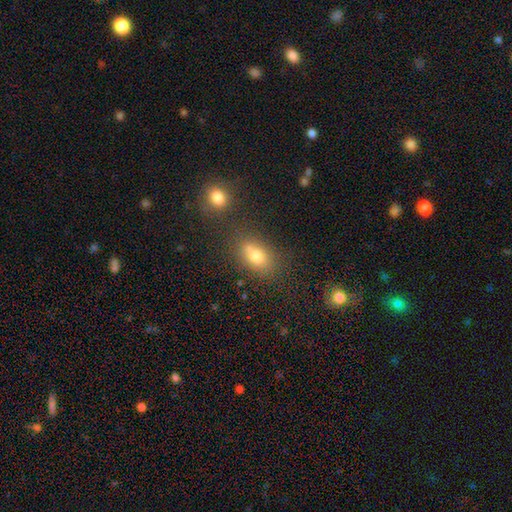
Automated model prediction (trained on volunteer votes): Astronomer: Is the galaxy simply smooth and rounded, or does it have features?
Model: smooth — 77%.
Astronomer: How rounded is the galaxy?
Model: in between — 79%.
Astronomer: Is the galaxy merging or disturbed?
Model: none — 57%.